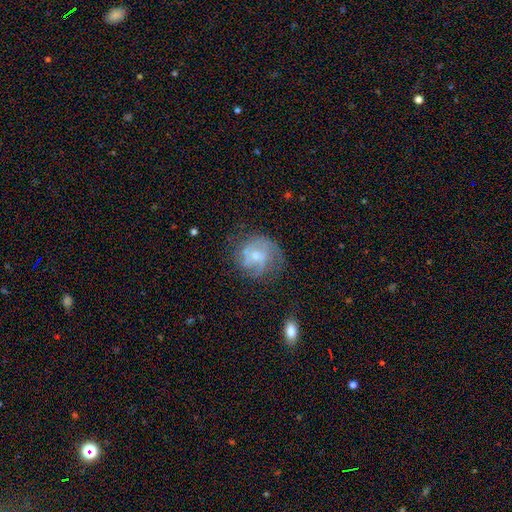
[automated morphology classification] Smooth or featured?
  - featured or disk: 64% *
  - smooth: 28%
  - star or artifact: 8%
Edge-on disk?
  - no: 98% *
  - yes: 2%
Bar?
  - no: 68% *
  - weak: 28%
  - strong: 4%
Spiral arms?
  - yes: 78% *
  - no: 22%
Bulge size?
  - small: 53% *
  - moderate: 40%
  - none: 3%
  - large: 2%
  - dominant: 1%
Merging?
  - none: 56% *
  - minor disturbance: 24%
  - major disturbance: 17%
  - merger: 3%